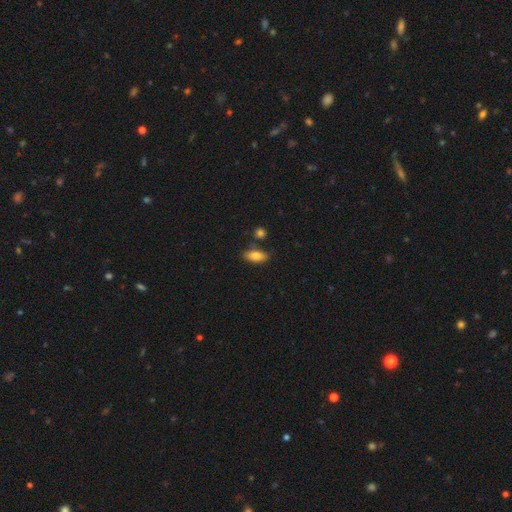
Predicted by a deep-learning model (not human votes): Smooth or featured? smooth (82%)
How rounded? in between (86%)
Merging? none (77%)